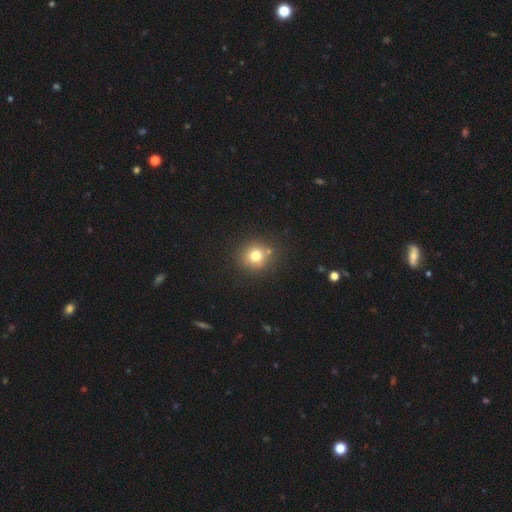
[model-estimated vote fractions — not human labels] A smooth galaxy with no disk features (76%) that is round (91%). Merging: none (81%).